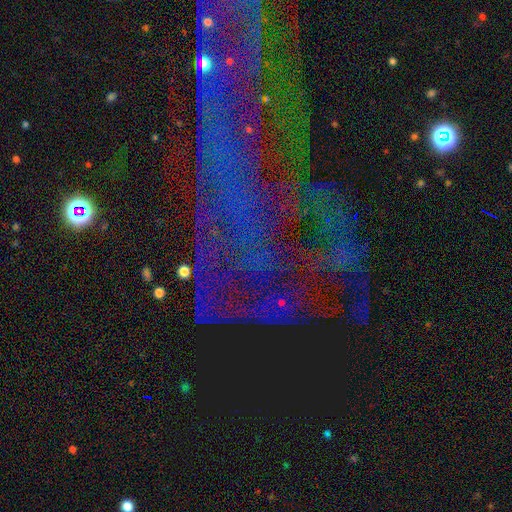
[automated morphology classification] Smooth or featured?
  - star or artifact: 72% *
  - featured or disk: 16%
  - smooth: 11%